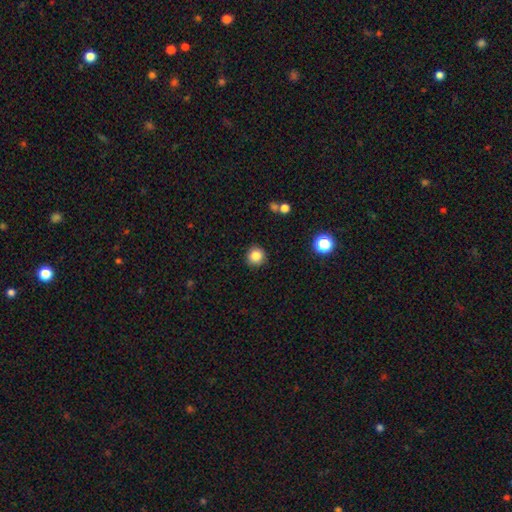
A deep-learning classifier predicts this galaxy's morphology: smooth 84%, star or artifact 11%, featured or disk 5%. Down the decision tree: how rounded — round (93%); merging — none (90%).